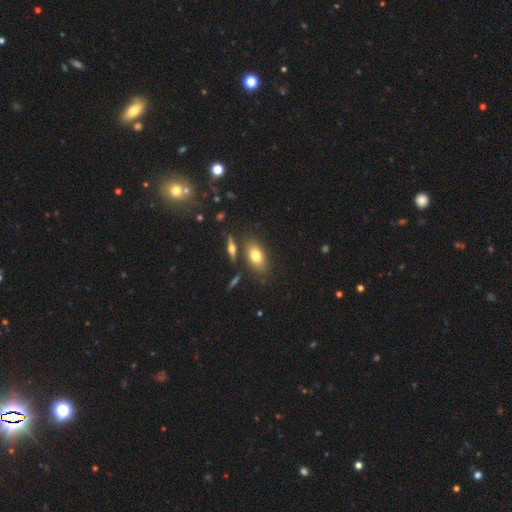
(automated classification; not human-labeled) This is likely a smooth galaxy (74%). How rounded: clearly in between (84%). Merging: likely none (75%).